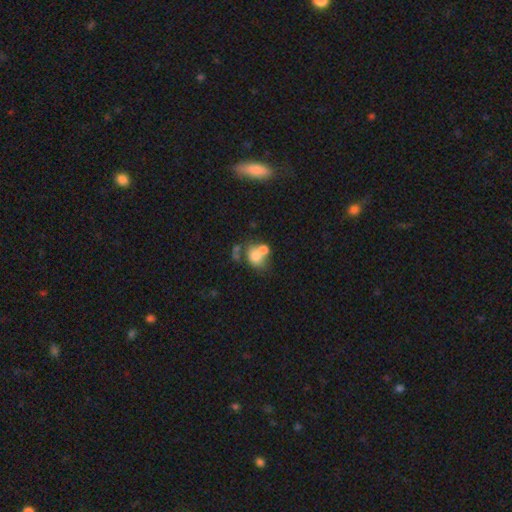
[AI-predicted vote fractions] This is likely a smooth galaxy (69%). How rounded: possibly round (57%). Merging: possibly merger (55%).